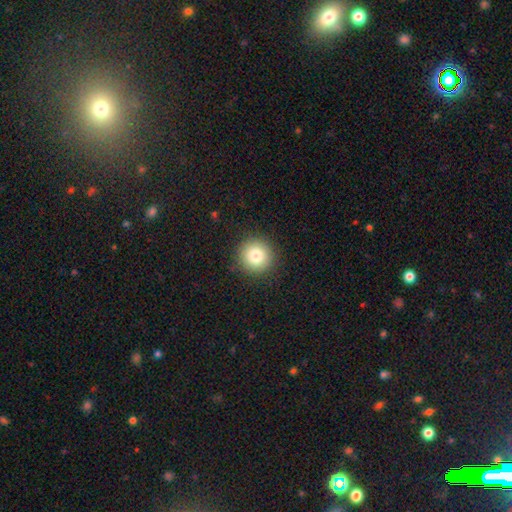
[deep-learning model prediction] A smooth galaxy with no disk features (82%) that is round (95%). Merging: none (91%).